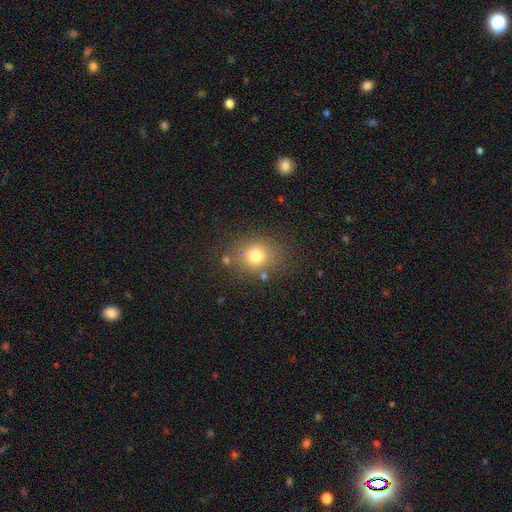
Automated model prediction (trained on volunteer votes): Smooth or featured? Predicted: smooth (p=0.76). How rounded? Predicted: round (p=0.70). Merging? Predicted: none (p=0.79).